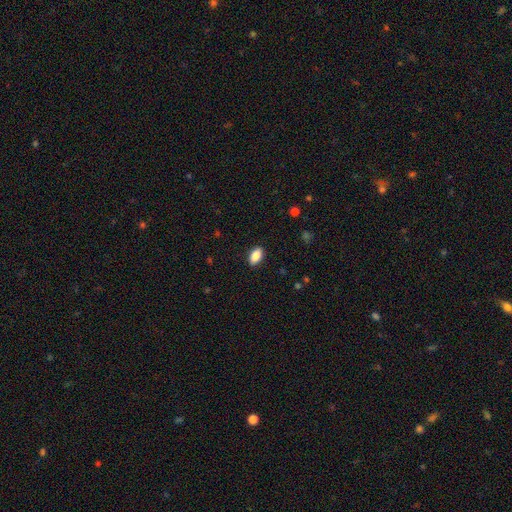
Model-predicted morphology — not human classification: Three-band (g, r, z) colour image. It shows a smooth galaxy with no disk features (86%) that is in between round and cigar-shaped (91%). Merging: none (89%).